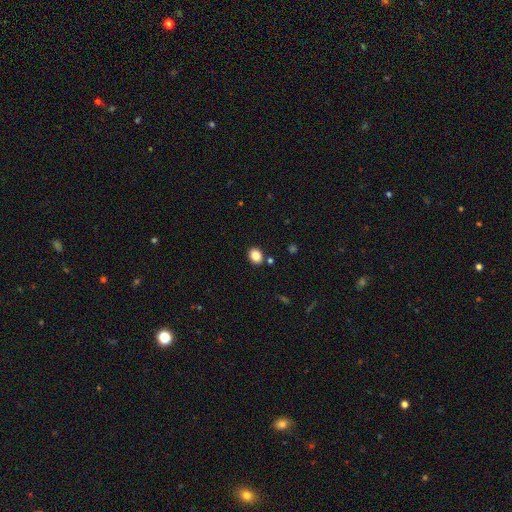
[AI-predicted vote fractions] Smooth or featured? Predicted: smooth (p=0.85). How rounded? Predicted: in between (p=0.52). Merging? Predicted: none (p=0.85).